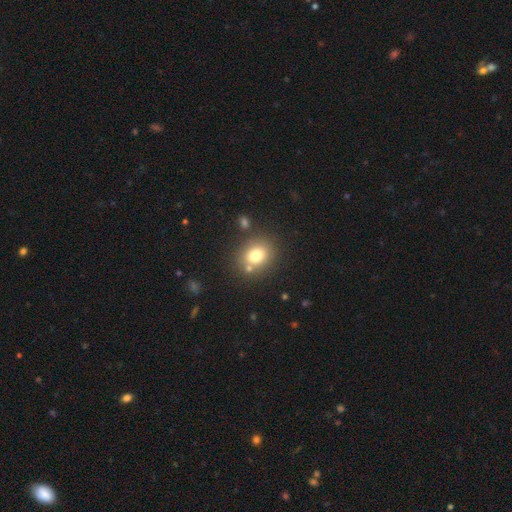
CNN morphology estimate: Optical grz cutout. It shows a smooth galaxy with no disk features (76%) that is round (63%). Merging: none (74%).